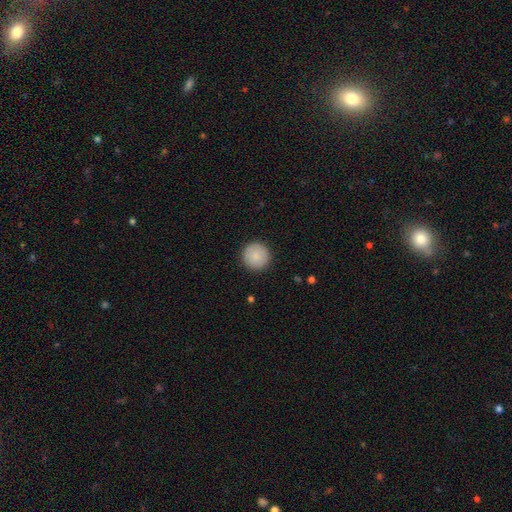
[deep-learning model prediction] The model was most divided on "smooth or featured": smooth: 88%, star or artifact: 7%, featured or disk: 5%. More confident: how rounded — round (96%); merging — none (93%).